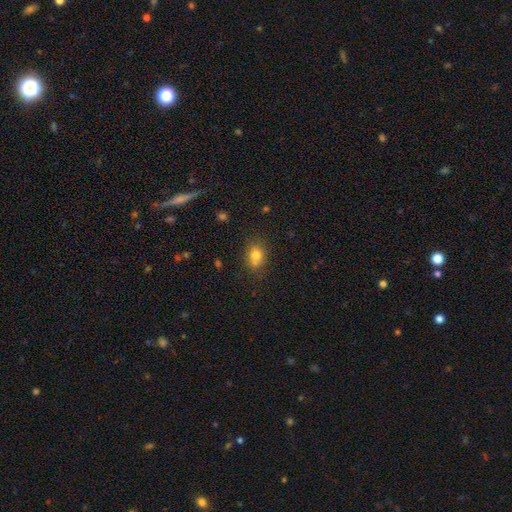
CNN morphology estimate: Smooth or featured?
  - smooth: 78% *
  - star or artifact: 12%
  - featured or disk: 10%
How rounded?
  - in between: 60% *
  - round: 38%
  - cigar-shaped: 2%
Merging?
  - none: 65% *
  - minor disturbance: 19%
  - merger: 11%
  - major disturbance: 5%